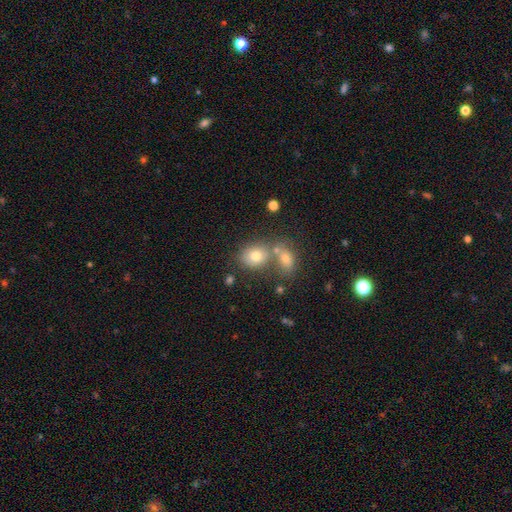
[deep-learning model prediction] smooth-or-featured: smooth: 76% | featured or disk: 13% | star or artifact: 11%
  how-rounded: round: 54% | in between: 45% | cigar-shaped: 1%
  merging: none: 52% | merger: 31% | minor disturbance: 12% | major disturbance: 5%